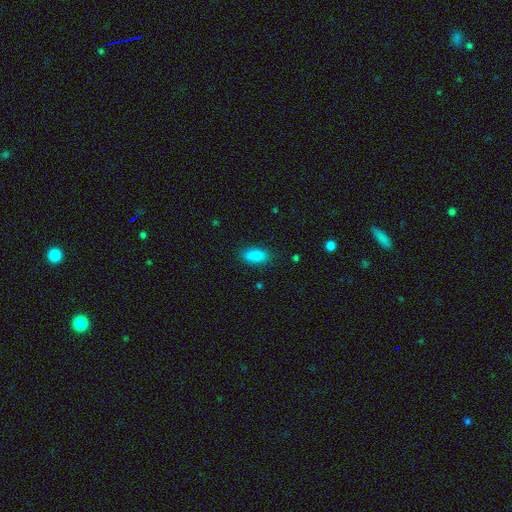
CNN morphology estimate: Overall: smooth (88%). How rounded: in between (87%). Merging: none (86%).